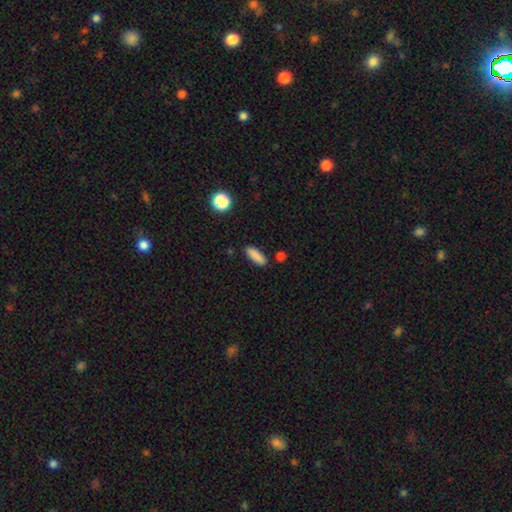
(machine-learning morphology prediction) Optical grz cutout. It shows a smooth galaxy with no disk features (87%) that is cigar-shaped (49%, tied with in between). Merging: none (86%).